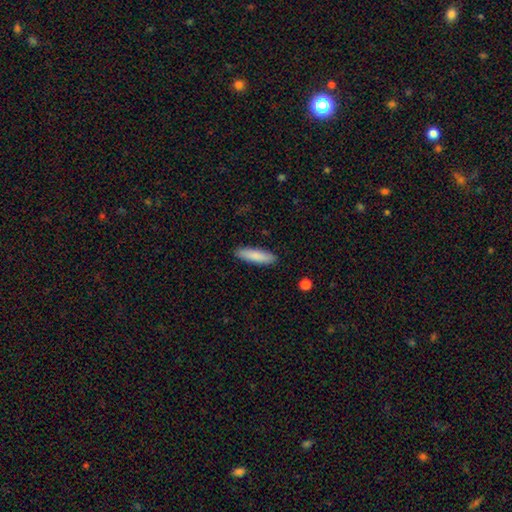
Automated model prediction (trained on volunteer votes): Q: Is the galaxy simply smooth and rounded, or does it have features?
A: smooth — 86%.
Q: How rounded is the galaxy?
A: cigar-shaped — 71%.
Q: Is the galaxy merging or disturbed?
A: none — 89%.